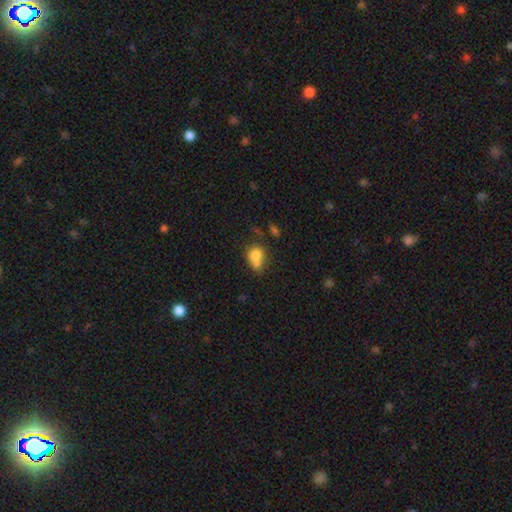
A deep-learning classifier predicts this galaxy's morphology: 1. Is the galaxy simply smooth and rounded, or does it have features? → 75% smooth, 14% featured or disk, 11% star or artifact.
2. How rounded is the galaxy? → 62% round, 37% in between, 1% cigar-shaped.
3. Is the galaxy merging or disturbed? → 47% merger, 33% none, 14% minor disturbance, 6% major disturbance.